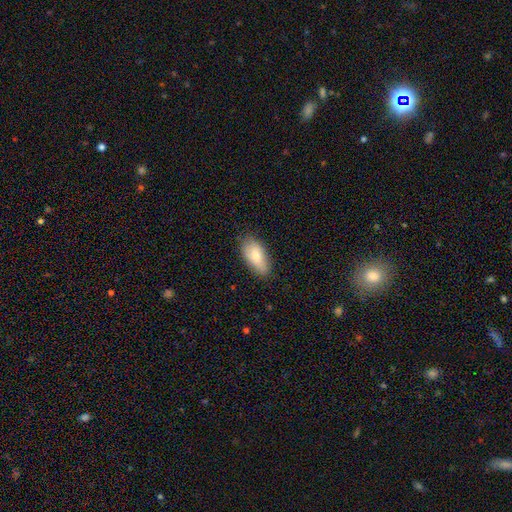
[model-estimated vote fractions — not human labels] Smooth or featured: smooth — 80% (featured or disk — 13%)
How rounded: in between — 90% (cigar-shaped — 8%)
Merging: none — 78% (minor disturbance — 17%)